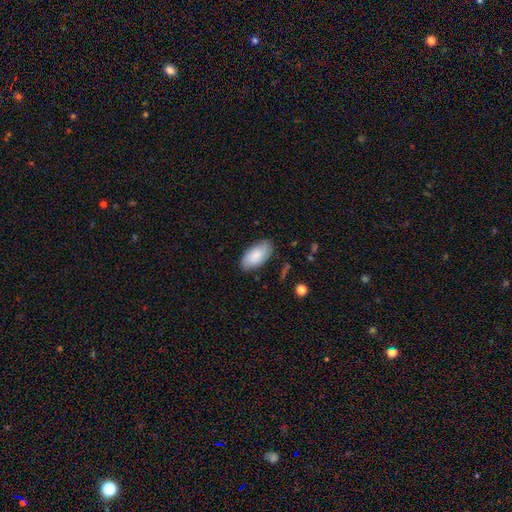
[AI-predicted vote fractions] Smooth or featured: smooth — 69% (featured or disk — 24%)
How rounded: in between — 94% (cigar-shaped — 3%)
Merging: none — 81% (minor disturbance — 14%)